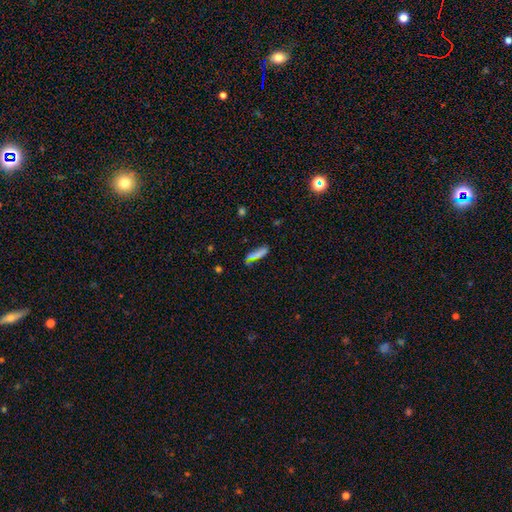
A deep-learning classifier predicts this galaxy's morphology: type=smooth (69%); roundness=cigar-shaped (73%); merging=none (61%).